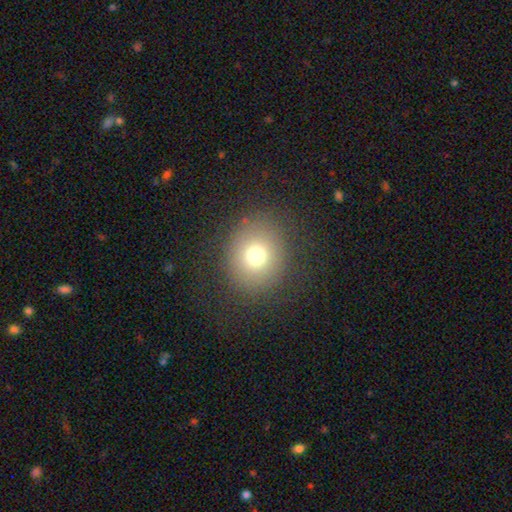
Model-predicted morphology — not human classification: type=smooth (72%); roundness=round (77%); merging=none (84%).